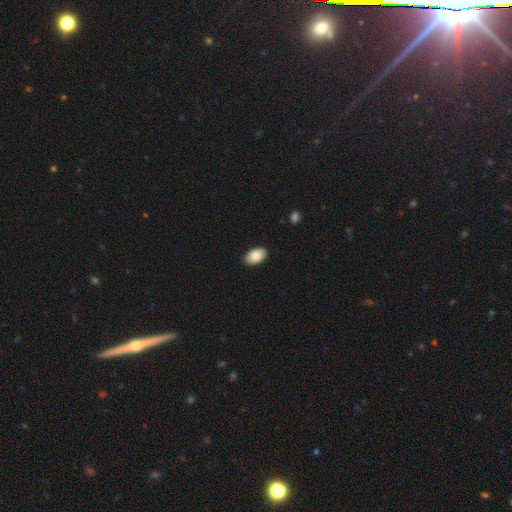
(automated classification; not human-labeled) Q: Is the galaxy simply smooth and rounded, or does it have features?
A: smooth — 86%.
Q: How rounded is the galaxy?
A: in between — 94%.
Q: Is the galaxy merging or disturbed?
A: none — 88%.